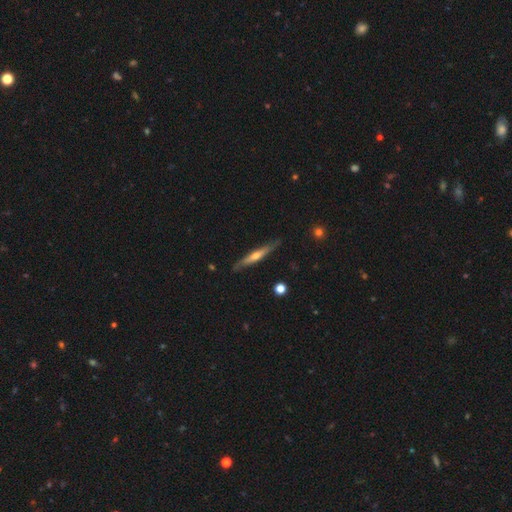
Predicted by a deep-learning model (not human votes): featured or disk 61%, smooth 34%, star or artifact 6%. Down the decision tree: edge-on disk — yes (94%); edge-on bulge — rounded (72%); merging — none (84%).